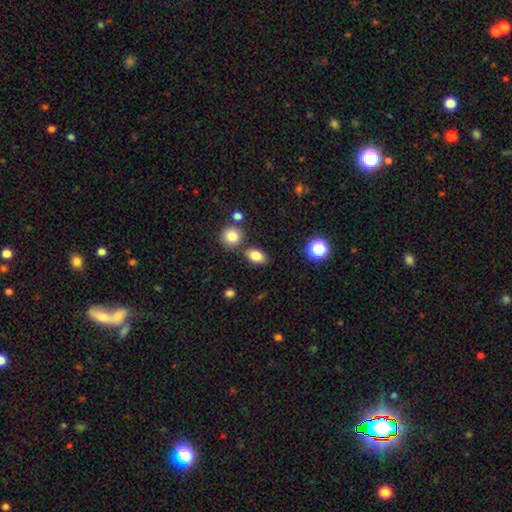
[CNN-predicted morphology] type=smooth (81%); roundness=in between (81%); merging=none (77%).